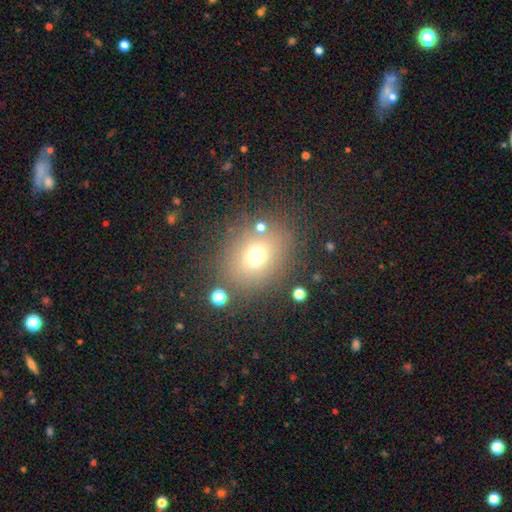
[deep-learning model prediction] Smooth or featured?
  - smooth: 67% *
  - star or artifact: 18%
  - featured or disk: 14%
How rounded?
  - round: 58% *
  - in between: 41%
  - cigar-shaped: 1%
Merging?
  - none: 77% *
  - minor disturbance: 11%
  - major disturbance: 6%
  - merger: 6%